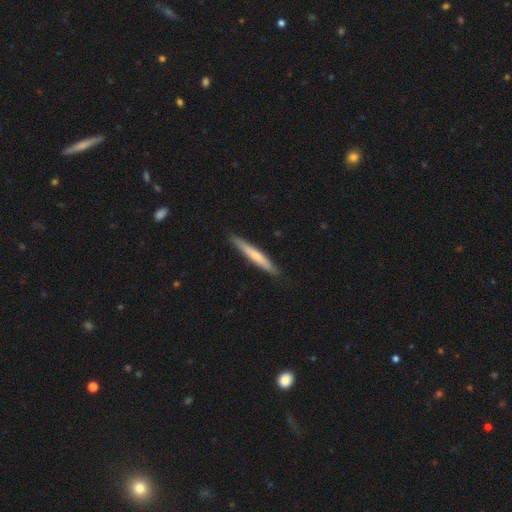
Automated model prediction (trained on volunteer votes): Smooth or featured: smooth — 59% (featured or disk — 37%)
How rounded: cigar-shaped — 95% (in between — 4%)
Merging: none — 87% (minor disturbance — 10%)